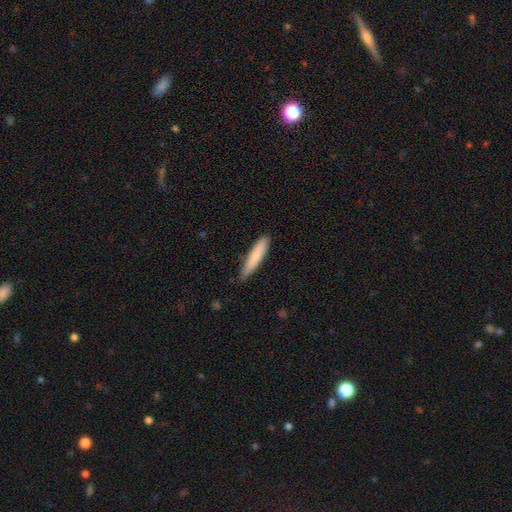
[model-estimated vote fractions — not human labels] This appears to be a smooth galaxy with no disk features (79%) that is cigar-shaped (88%). Merging: none (79%).